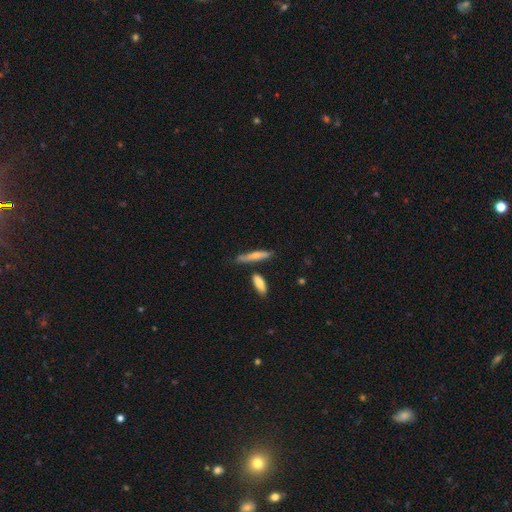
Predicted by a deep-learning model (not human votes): This appears to be a smooth galaxy with no disk features (63%) that is cigar-shaped (86%). Merging: none (69%).